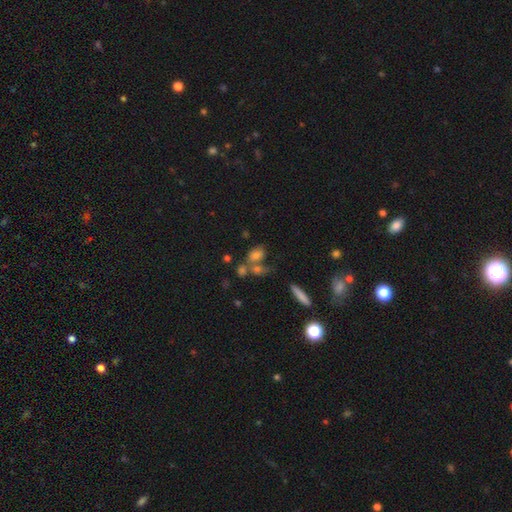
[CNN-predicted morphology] Smooth or featured? smooth (69%)
How rounded? in between (75%)
Merging? merger (39%)